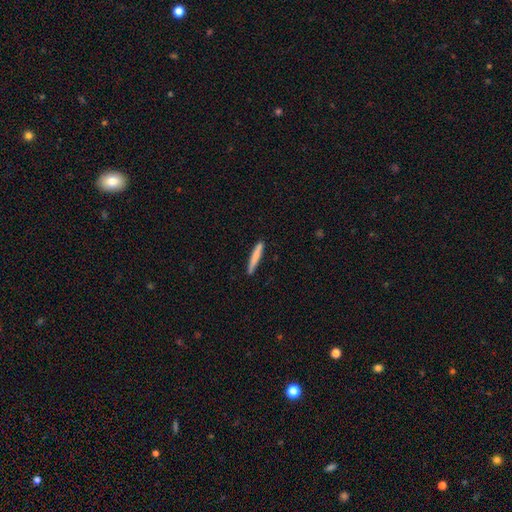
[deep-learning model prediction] smooth 77%, featured or disk 18%, star or artifact 5%. Down the decision tree: how rounded — cigar-shaped (95%); merging — none (88%).